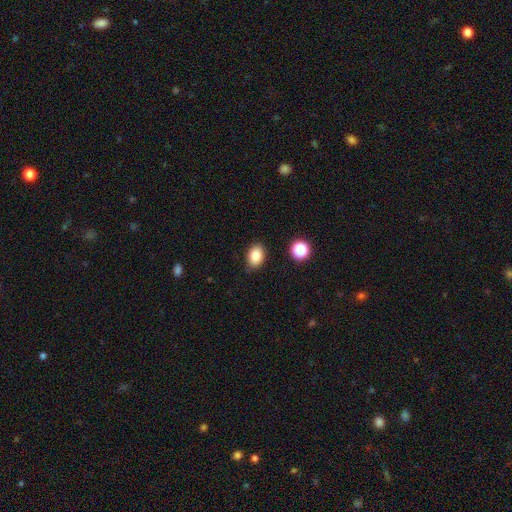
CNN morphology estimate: Overall: smooth (84%). How rounded: in between (79%). Merging: none (84%).